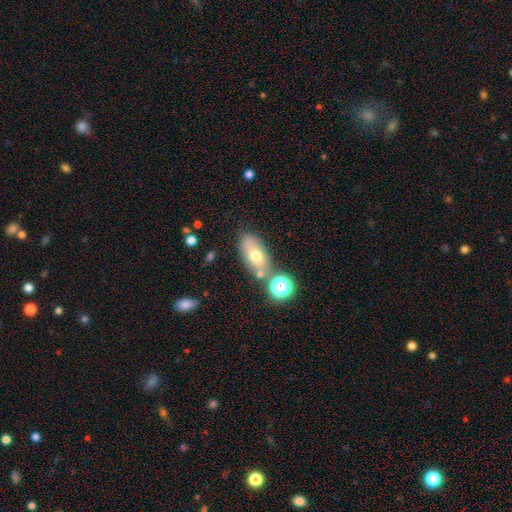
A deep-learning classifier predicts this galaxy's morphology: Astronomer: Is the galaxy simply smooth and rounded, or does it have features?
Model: smooth — 62%.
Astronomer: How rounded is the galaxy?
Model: in between — 84%.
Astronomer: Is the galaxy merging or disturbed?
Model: none — 67%.